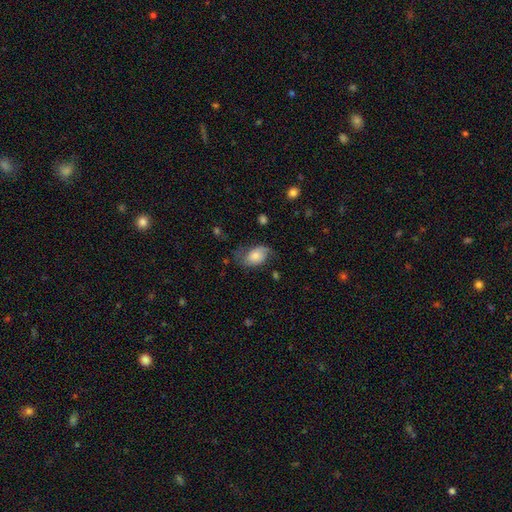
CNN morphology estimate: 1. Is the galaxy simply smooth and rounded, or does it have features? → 57% smooth, 35% featured or disk, 8% star or artifact.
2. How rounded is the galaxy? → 86% in between, 12% round, 2% cigar-shaped.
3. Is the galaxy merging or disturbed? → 49% none, 31% minor disturbance, 18% major disturbance, 2% merger.